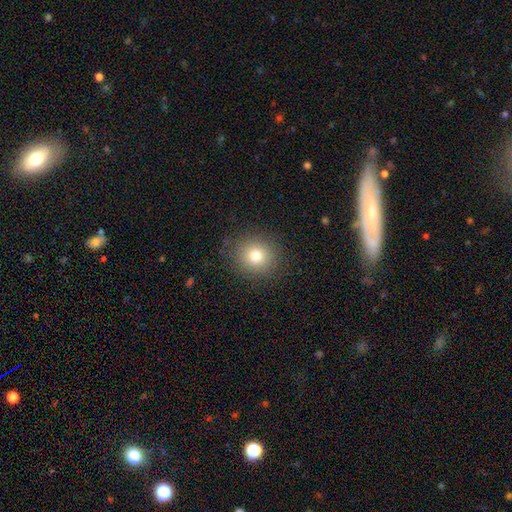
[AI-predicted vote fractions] A smooth galaxy with no disk features (78%) that is round (89%).

Vote fractions:
- Smooth or featured? smooth: 78% / star or artifact: 13% / featured or disk: 9%
- How rounded? round: 89% / in between: 10% / cigar-shaped: 1%
- Merging? none: 88% / minor disturbance: 8% / major disturbance: 3% / merger: 1%